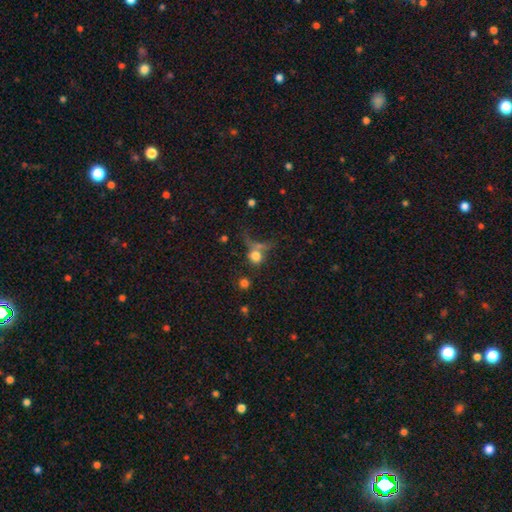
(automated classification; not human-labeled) This is likely a smooth galaxy (71%). How rounded: likely round (72%). Merging: marginally none (35%).